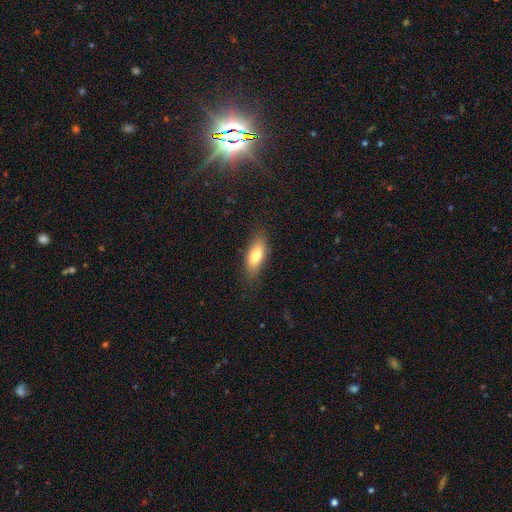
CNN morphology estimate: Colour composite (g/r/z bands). It shows a smooth galaxy with no disk features (76%) that is in between round and cigar-shaped (74%). Merging: none (82%).